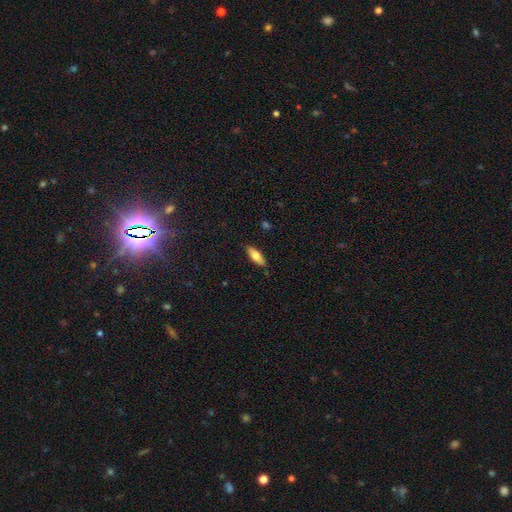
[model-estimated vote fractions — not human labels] Q: Smooth or featured?
A: smooth (72%); runner-up: featured or disk (22%)
Q: How rounded?
A: in between (72%); runner-up: cigar-shaped (26%)
Q: Merging?
A: none (85%); runner-up: minor disturbance (11%)